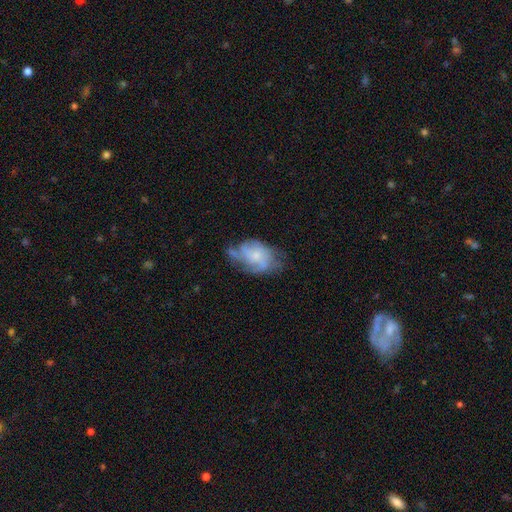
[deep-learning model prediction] A featured or disk galaxy (67%) with no bar (76%), medium (41%) spiral arms (80%) and a small central bulge (62%). Merging: none (46%).